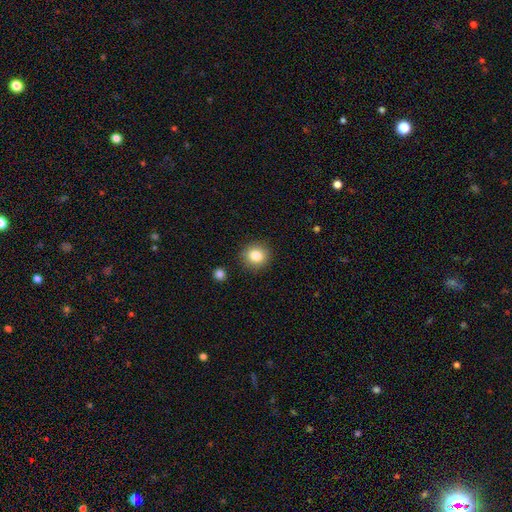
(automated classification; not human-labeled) Overall: smooth (83%). How rounded: round (85%). Merging: none (89%).